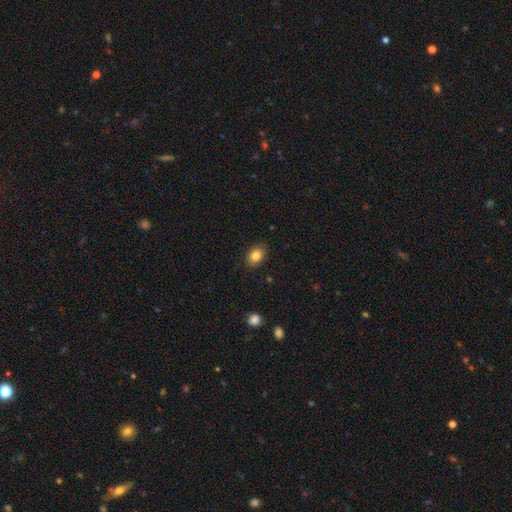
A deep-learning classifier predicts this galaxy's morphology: type=smooth (83%); roundness=in between (69%); merging=none (87%).